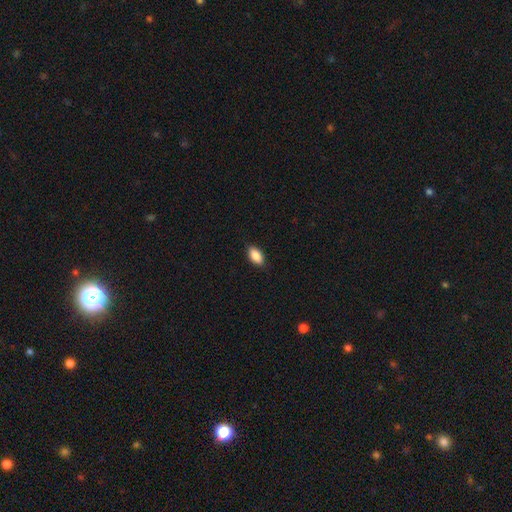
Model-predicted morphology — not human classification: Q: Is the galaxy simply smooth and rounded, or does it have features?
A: smooth — 89%.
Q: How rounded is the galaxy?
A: in between — 93%.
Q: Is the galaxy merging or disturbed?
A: none — 88%.